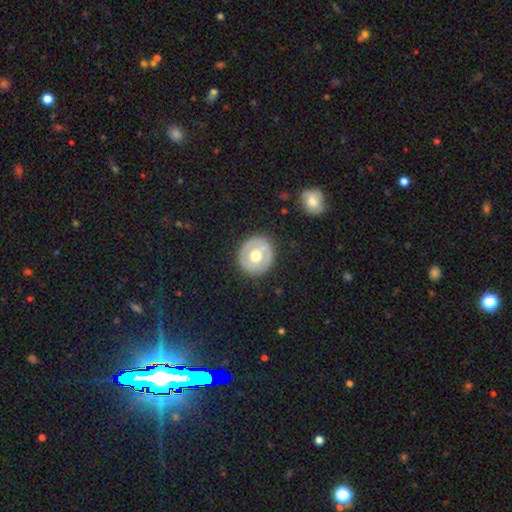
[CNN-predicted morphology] Smooth or featured: smooth — 49% (featured or disk — 45%)
Merging: none — 85% (minor disturbance — 10%)